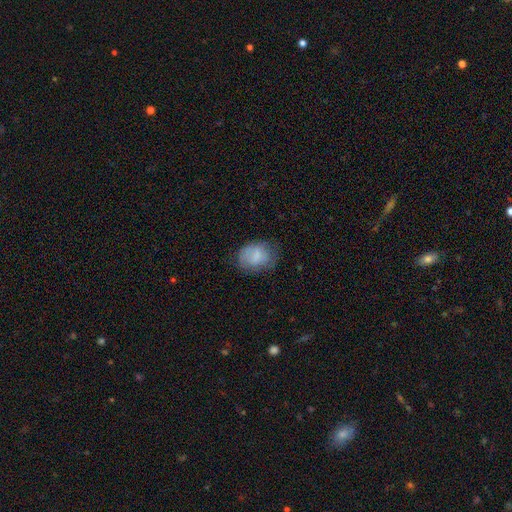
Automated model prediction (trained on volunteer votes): A smooth galaxy with no disk features (76%) that is in between round and cigar-shaped (60%).

Vote fractions:
- Smooth or featured? smooth: 76% / featured or disk: 16% / star or artifact: 8%
- How rounded? in between: 60% / round: 39% / cigar-shaped: 1%
- Merging? none: 63% / minor disturbance: 26% / major disturbance: 11% / merger: 1%